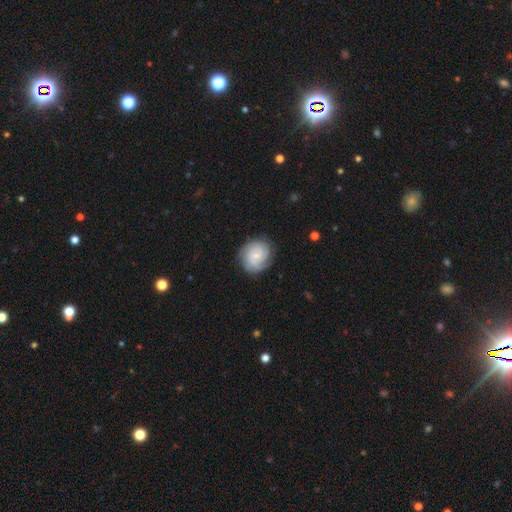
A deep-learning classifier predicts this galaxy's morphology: Smooth or featured: featured or disk — 55% (smooth — 38%)
Edge-on disk: no — 98% (yes — 2%)
Bar: no — 63% (weak — 33%)
Spiral arms: yes — 89% (no — 11%)
Bulge size: small — 68% (moderate — 23%)
Merging: none — 78% (minor disturbance — 16%)